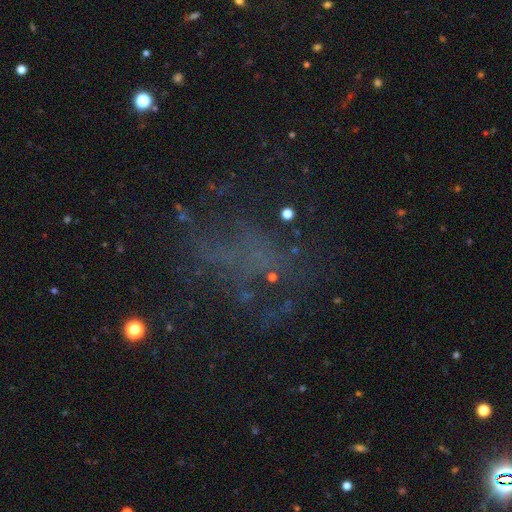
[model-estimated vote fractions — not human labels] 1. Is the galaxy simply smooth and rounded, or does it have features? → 41% star or artifact, 36% featured or disk, 23% smooth.